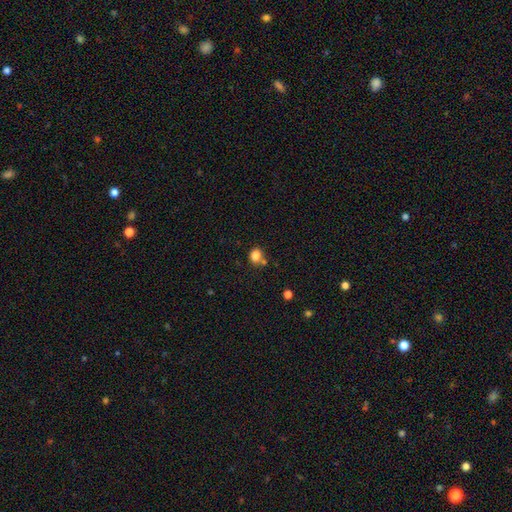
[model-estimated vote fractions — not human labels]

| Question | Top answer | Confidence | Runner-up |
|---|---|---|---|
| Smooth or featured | smooth | 83% | star or artifact (12%) |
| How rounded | round | 71% | in between (28%) |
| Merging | none | 65% | merger (18%) |